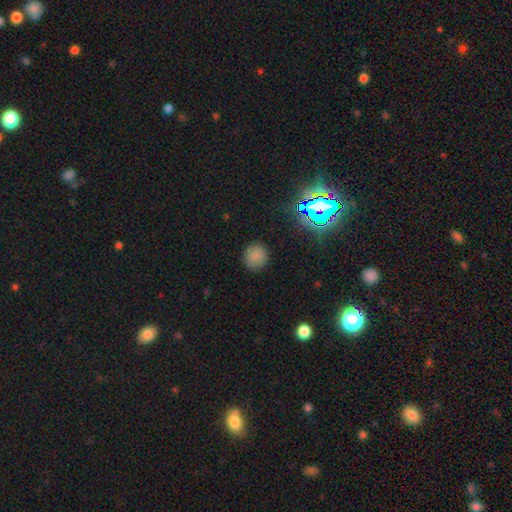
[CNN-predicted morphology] Smooth or featured?
  - smooth: 78% *
  - star or artifact: 17%
  - featured or disk: 5%
How rounded?
  - round: 89% *
  - in between: 10%
  - cigar-shaped: 1%
Merging?
  - none: 87% *
  - minor disturbance: 9%
  - major disturbance: 3%
  - merger: 1%